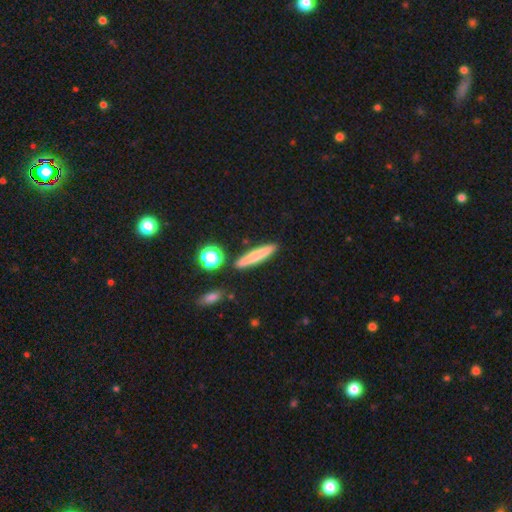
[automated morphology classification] The model was most divided on "smooth or featured": smooth: 71%, featured or disk: 21%, star or artifact: 8%. More confident: how rounded — cigar-shaped (89%); merging — none (86%).